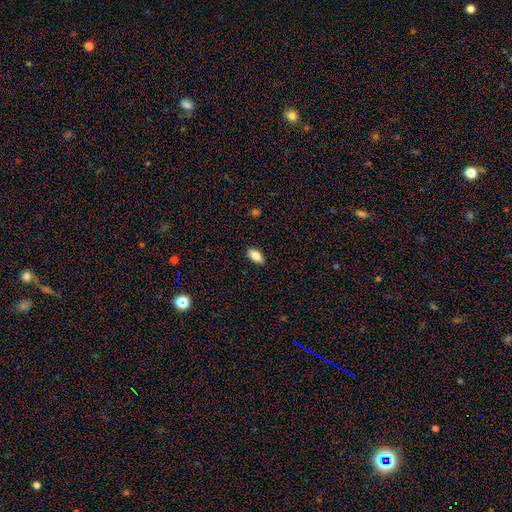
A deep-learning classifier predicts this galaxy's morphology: This is clearly a smooth galaxy (85%). How rounded: clearly in between (91%). Merging: clearly none (89%).